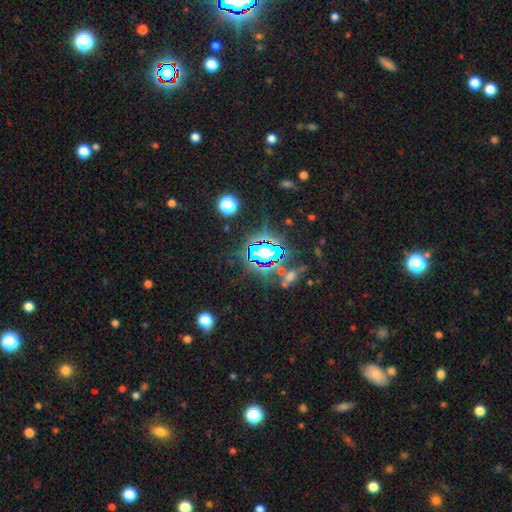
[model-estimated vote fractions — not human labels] A star or artifact, not a galaxy (82%).